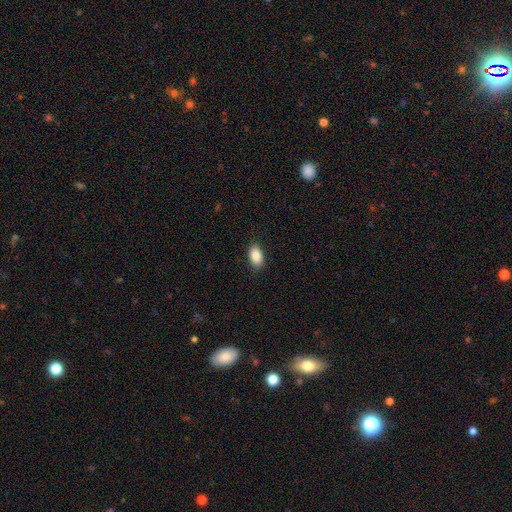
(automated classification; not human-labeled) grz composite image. It shows a smooth galaxy with no disk features (88%) that is in between round and cigar-shaped (93%). Merging: none (88%).